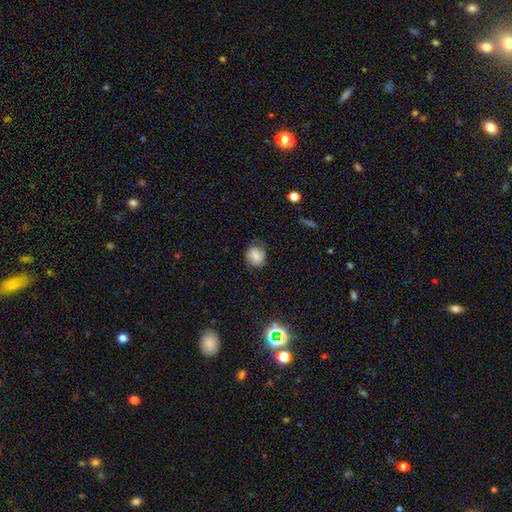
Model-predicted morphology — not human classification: The model was most divided on "merging": none: 58%, minor disturbance: 29%, major disturbance: 12%, merger: 1%. More confident: how rounded — round (67%); smooth or featured — smooth (64%).